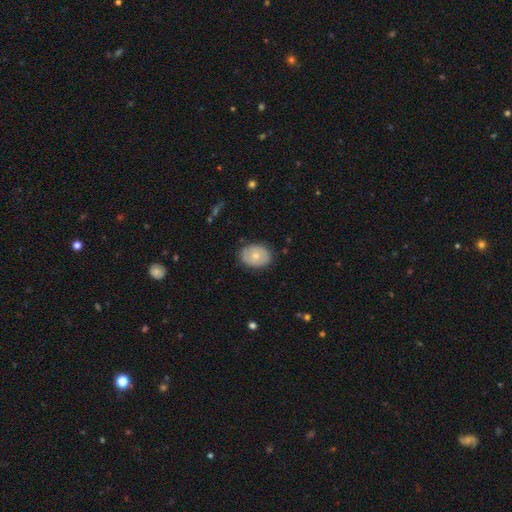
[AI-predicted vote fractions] Q: Smooth or featured?
A: smooth (60%); runner-up: featured or disk (34%)
Q: How rounded?
A: in between (61%); runner-up: round (38%)
Q: Merging?
A: none (82%); runner-up: minor disturbance (14%)